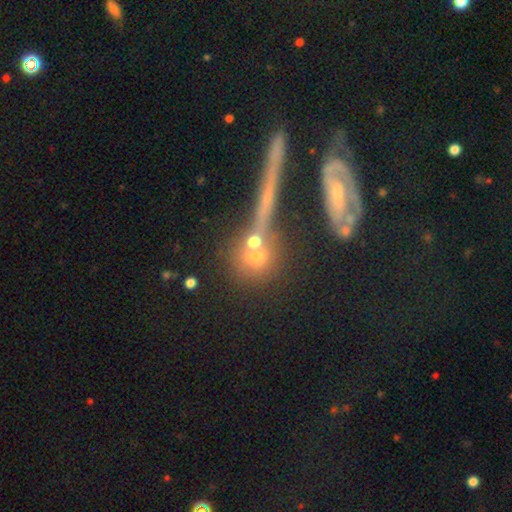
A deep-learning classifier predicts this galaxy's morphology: This is possibly a smooth galaxy (58%). How rounded: likely round (80%). Merging: possibly none (59%).